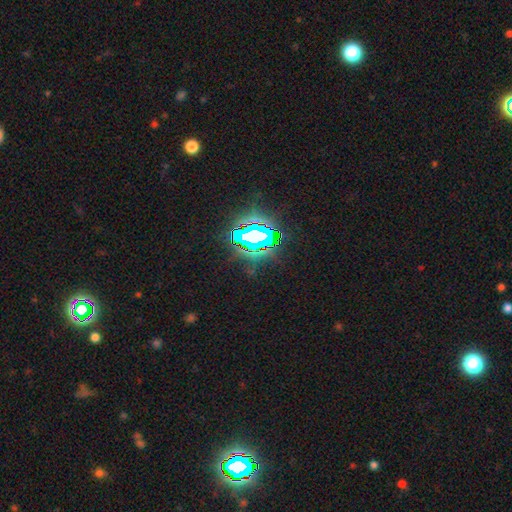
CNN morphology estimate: This is clearly a star or artifact rather than a galaxy (81%).